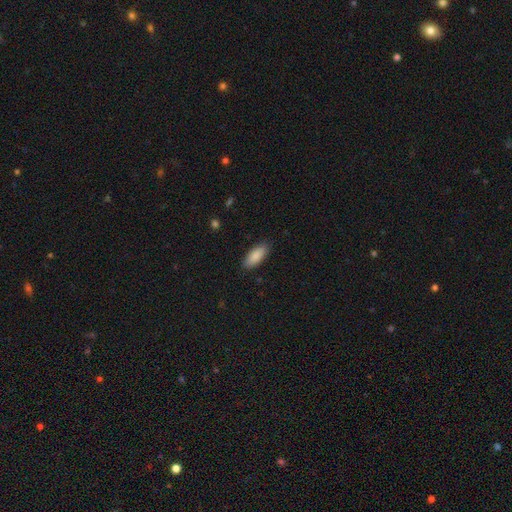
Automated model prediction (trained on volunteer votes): Smooth or featured: smooth — 89% (star or artifact — 6%)
How rounded: in between — 80% (cigar-shaped — 19%)
Merging: none — 87% (minor disturbance — 10%)